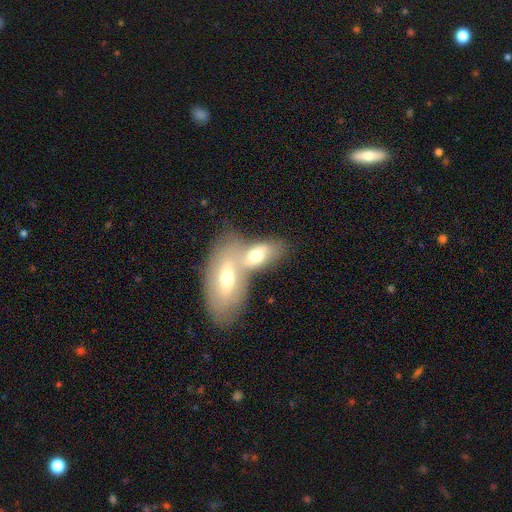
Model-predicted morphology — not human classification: smooth_or_featured: smooth (p=0.61) [alt: featured or disk p=0.32]
how_rounded: in between (p=0.85) [alt: cigar-shaped p=0.08]
merging: merger (p=0.68) [alt: none p=0.20]